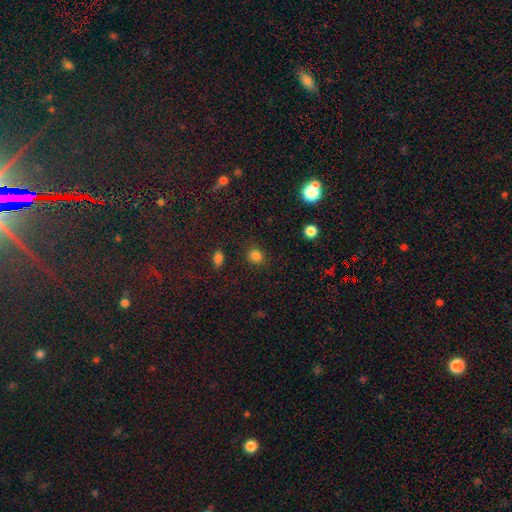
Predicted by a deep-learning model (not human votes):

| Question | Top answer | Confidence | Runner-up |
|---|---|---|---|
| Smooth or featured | smooth | 83% | star or artifact (13%) |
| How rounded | round | 78% | in between (21%) |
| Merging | none | 85% | minor disturbance (10%) |